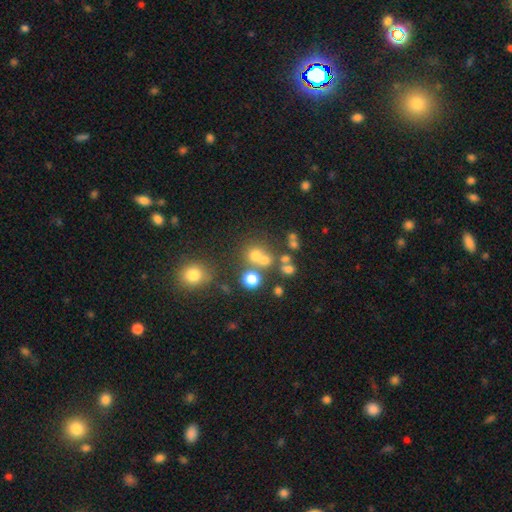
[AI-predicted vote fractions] smooth_or_featured: smooth (p=0.64) [alt: star or artifact p=0.22]
how_rounded: round (p=0.85) [alt: in between p=0.14]
merging: none (p=0.52) [alt: merger p=0.34]